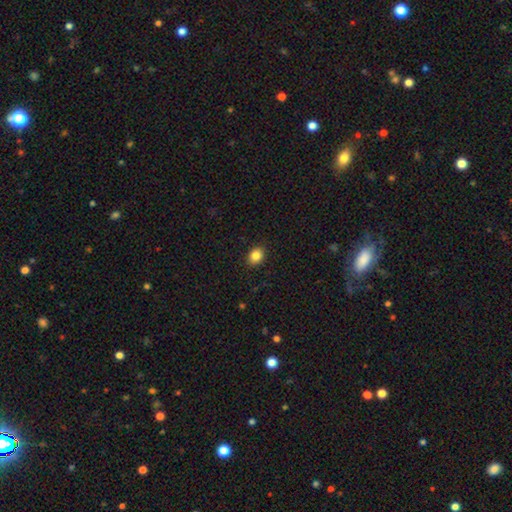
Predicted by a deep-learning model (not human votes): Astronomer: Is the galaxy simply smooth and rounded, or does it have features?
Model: smooth — 85%.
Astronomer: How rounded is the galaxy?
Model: in between — 51% (runner-up: round, 49%).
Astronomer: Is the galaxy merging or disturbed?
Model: none — 90%.